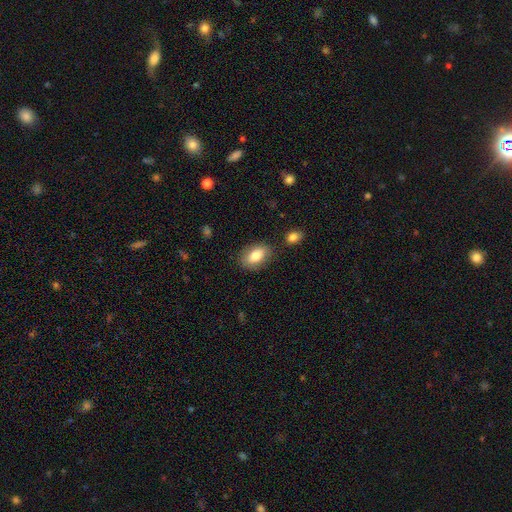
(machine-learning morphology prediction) This is clearly a smooth galaxy (81%). How rounded: clearly in between (90%). Merging: clearly none (81%).